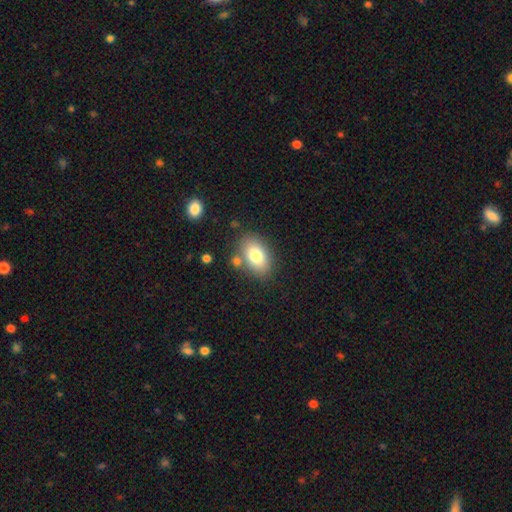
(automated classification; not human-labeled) Smooth or featured? Predicted: smooth (p=0.78). How rounded? Predicted: in between (p=0.87). Merging? Predicted: none (p=0.76).